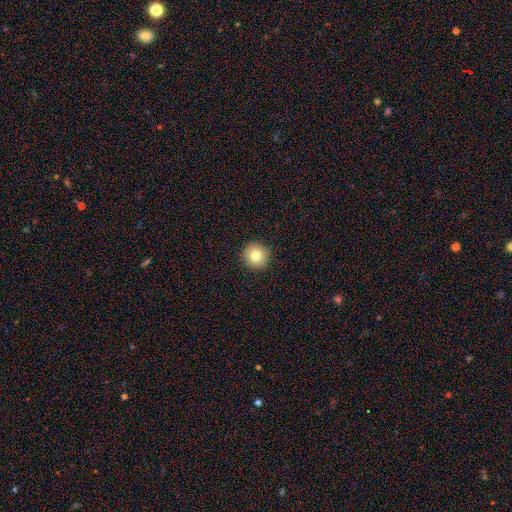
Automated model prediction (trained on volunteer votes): This appears to be a smooth galaxy with no disk features (80%) that is round (95%). Merging: none (93%).